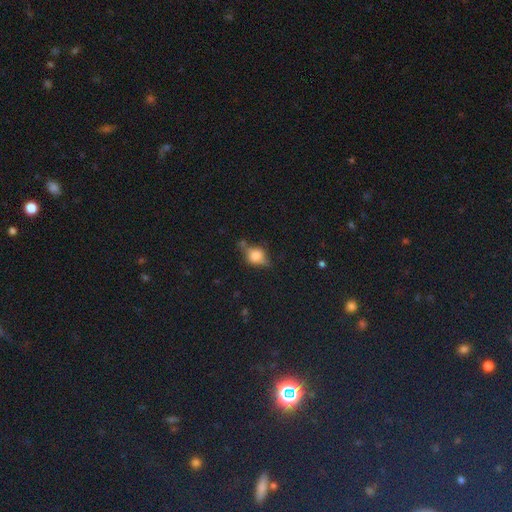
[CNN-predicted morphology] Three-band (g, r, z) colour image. It shows a smooth galaxy with no disk features (55%) that is in between round and cigar-shaped (50%). Merging: none (60%).